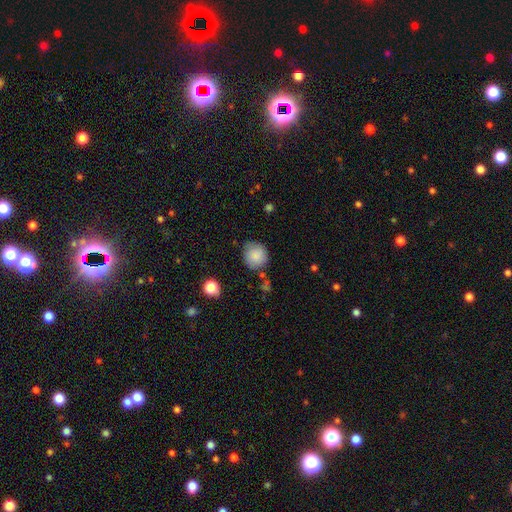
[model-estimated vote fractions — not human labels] Smooth or featured?
  - smooth: 84% *
  - star or artifact: 8%
  - featured or disk: 8%
How rounded?
  - round: 85% *
  - in between: 14%
  - cigar-shaped: 1%
Merging?
  - none: 71% *
  - minor disturbance: 20%
  - major disturbance: 5%
  - merger: 4%